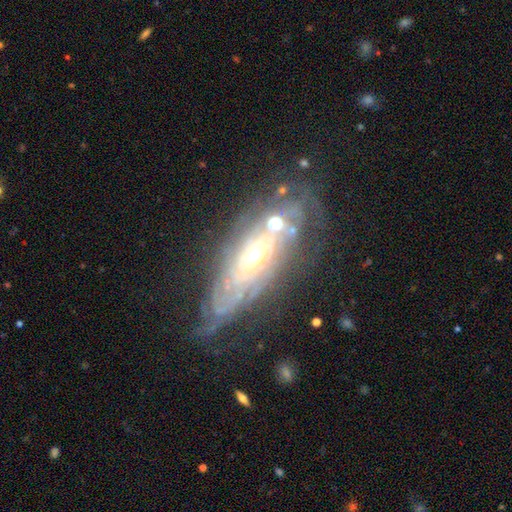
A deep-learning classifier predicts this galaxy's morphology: smooth-or-featured: featured or disk: 80% | smooth: 12% | star or artifact: 8%
  disk-edge-on: no: 77% | yes: 23%
    bar: no: 71% | weak: 21% | strong: 9%
    has-spiral-arms: yes: 80% | no: 20%
    bulge-size: moderate: 55% | small: 36% | large: 6% | none: 1% | dominant: 1%
  merging: none: 59% | minor disturbance: 22% | major disturbance: 11% | merger: 7%